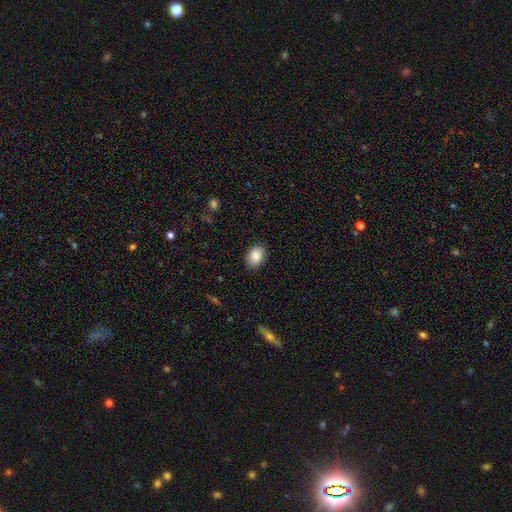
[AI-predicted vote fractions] This appears to be a smooth galaxy with no disk features (87%) that is in between round and cigar-shaped (79%). Merging: none (88%).